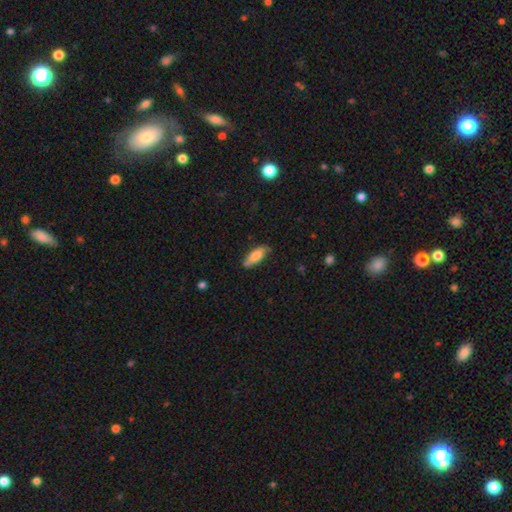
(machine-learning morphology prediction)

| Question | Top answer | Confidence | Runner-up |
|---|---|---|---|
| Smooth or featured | smooth | 78% | featured or disk (16%) |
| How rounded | in between | 64% | cigar-shaped (34%) |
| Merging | none | 72% | minor disturbance (21%) |